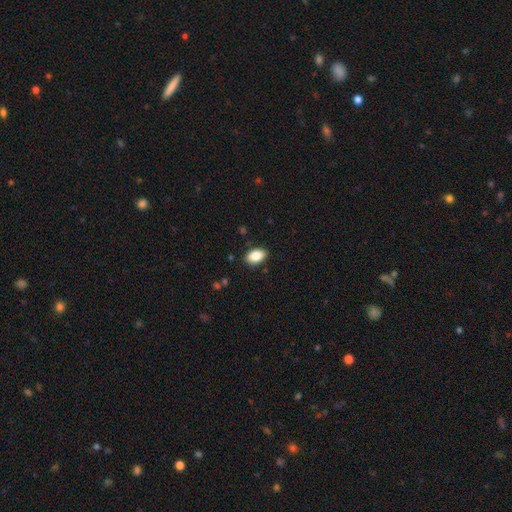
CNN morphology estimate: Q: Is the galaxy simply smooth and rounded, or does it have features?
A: smooth — 87%.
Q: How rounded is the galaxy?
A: in between — 92%.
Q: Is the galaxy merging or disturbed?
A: none — 86%.